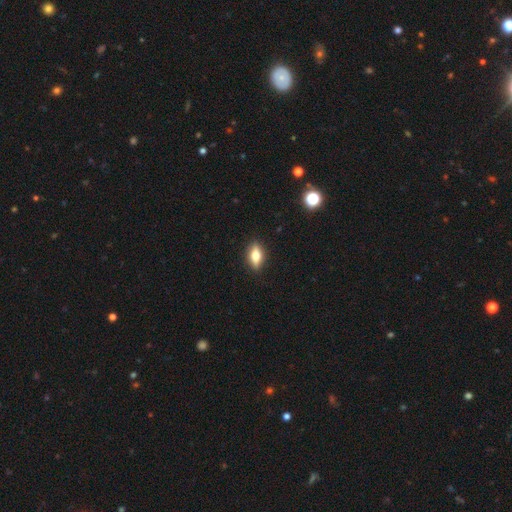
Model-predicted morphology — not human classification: smooth_or_featured: smooth (p=0.57) [alt: featured or disk p=0.35]
how_rounded: in between (p=0.73) [alt: cigar-shaped p=0.20]
merging: none (p=0.88) [alt: minor disturbance p=0.09]